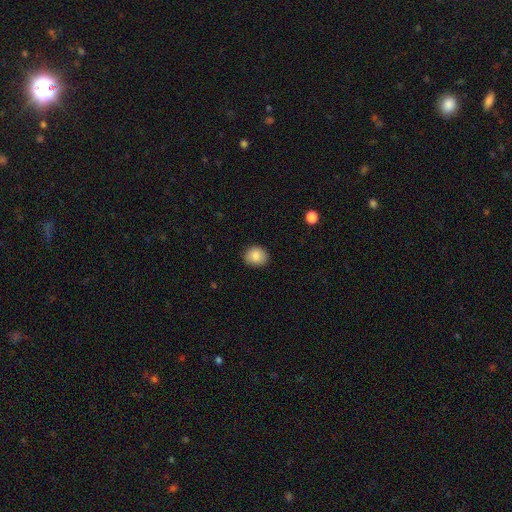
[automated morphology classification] A smooth galaxy with no disk features (85%) that is round (65%).

Vote fractions:
- Smooth or featured? smooth: 85% / star or artifact: 9% / featured or disk: 6%
- How rounded? round: 65% / in between: 34% / cigar-shaped: 1%
- Merging? none: 88% / minor disturbance: 9% / major disturbance: 2% / merger: 1%